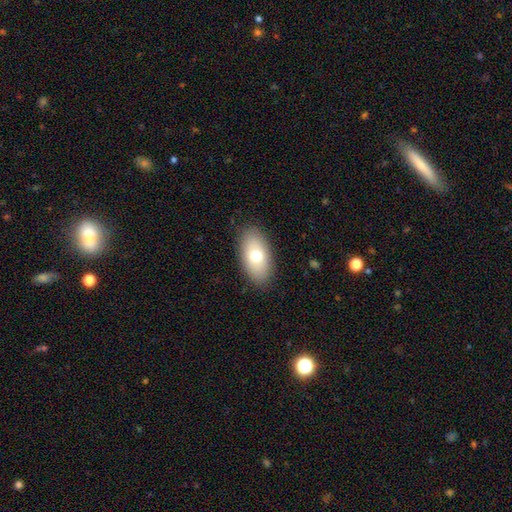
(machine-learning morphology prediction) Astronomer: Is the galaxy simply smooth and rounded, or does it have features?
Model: smooth — 70%.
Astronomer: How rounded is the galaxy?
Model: in between — 92%.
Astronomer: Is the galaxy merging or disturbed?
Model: none — 87%.